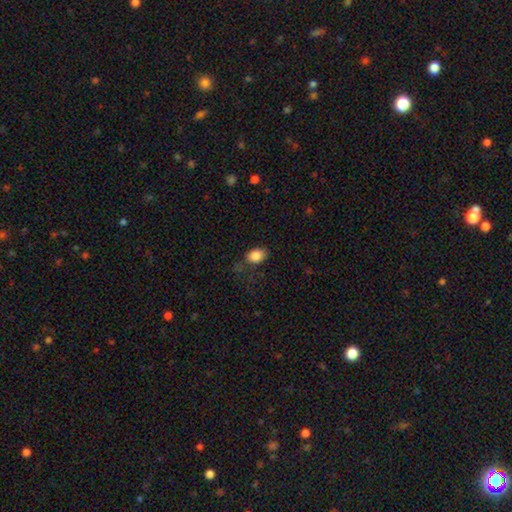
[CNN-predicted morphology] smooth 86%, star or artifact 8%, featured or disk 6%. Down the decision tree: how rounded — in between (78%); merging — none (67%).